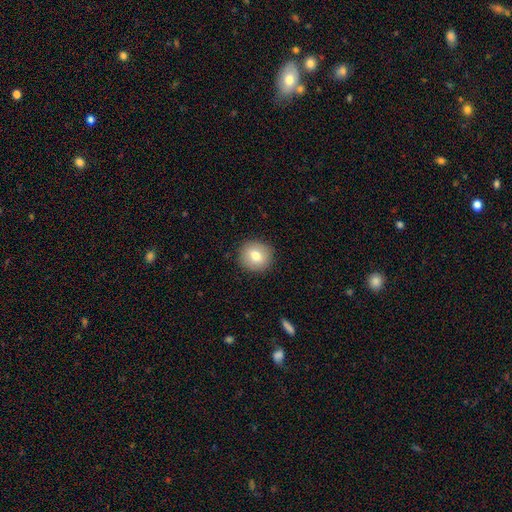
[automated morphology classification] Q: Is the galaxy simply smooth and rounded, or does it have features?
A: smooth — 77%.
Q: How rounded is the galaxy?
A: round — 91%.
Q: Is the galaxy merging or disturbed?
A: none — 90%.